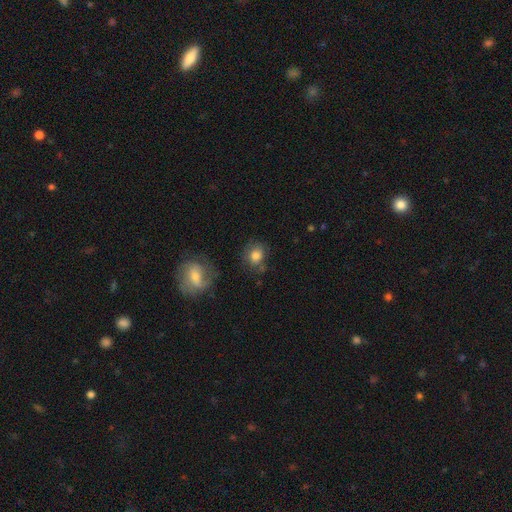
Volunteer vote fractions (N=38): Smooth or featured? smooth (84%)
How rounded? round (66%)
Merging? none (71%)